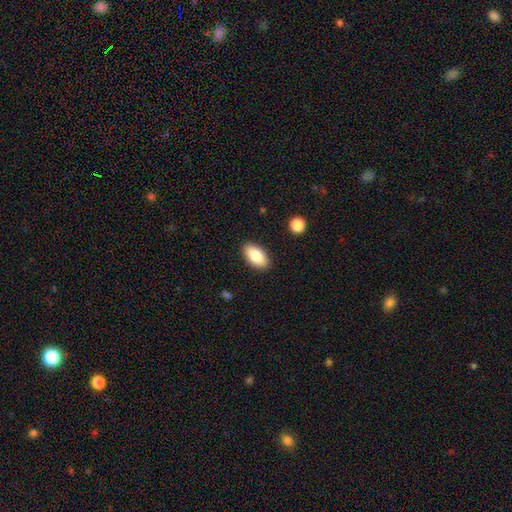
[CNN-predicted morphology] A smooth galaxy with no disk features (81%) that is in between round and cigar-shaped (93%). Merging: none (88%).